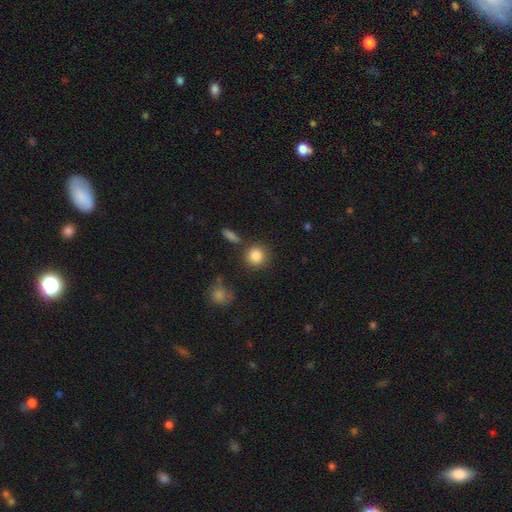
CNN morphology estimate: Q: Smooth or featured?
A: smooth (86%); runner-up: star or artifact (9%)
Q: How rounded?
A: round (89%); runner-up: in between (10%)
Q: Merging?
A: none (79%); runner-up: minor disturbance (10%)